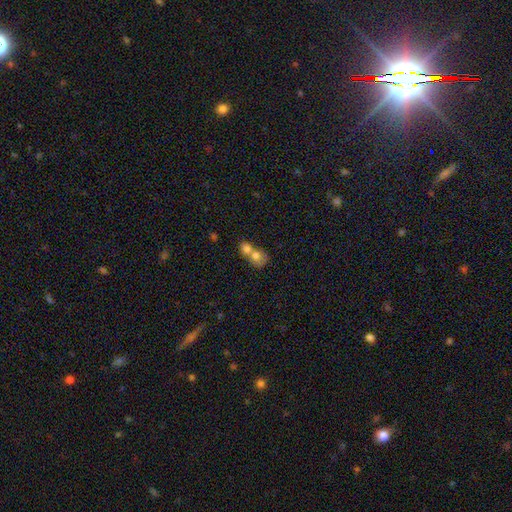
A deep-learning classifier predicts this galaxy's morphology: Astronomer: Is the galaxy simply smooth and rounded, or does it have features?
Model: smooth — 69%.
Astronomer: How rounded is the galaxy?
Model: round — 64%.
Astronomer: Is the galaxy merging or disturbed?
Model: merger — 75%.